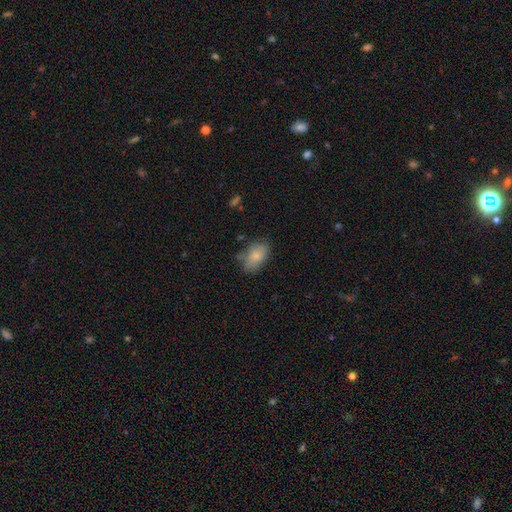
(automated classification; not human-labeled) The model was most divided on "merging": none: 61%, minor disturbance: 28%, major disturbance: 8%, merger: 4%. More confident: how rounded — in between (88%); smooth or featured — smooth (80%).